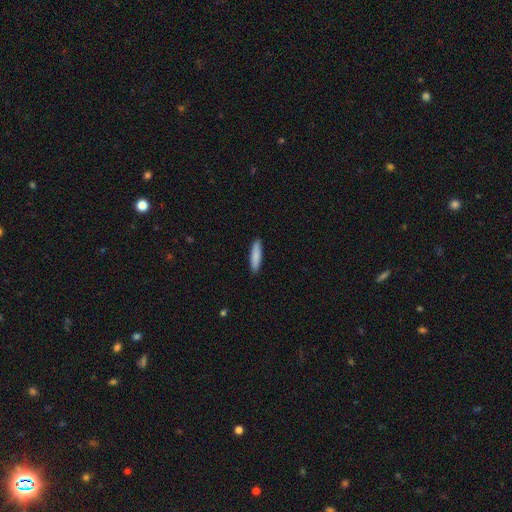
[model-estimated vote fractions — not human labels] This appears to be a smooth galaxy with no disk features (87%) that is cigar-shaped (78%). Merging: none (90%).